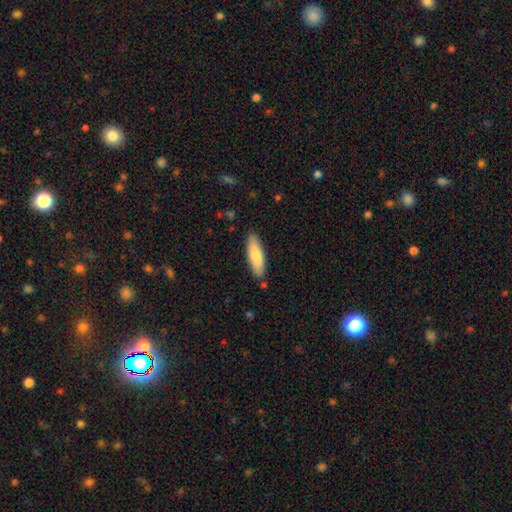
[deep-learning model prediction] The model was most divided on "how rounded": in between: 50%, cigar-shaped: 49%, round: 2%. More confident: merging — none (85%); smooth or featured — smooth (78%).